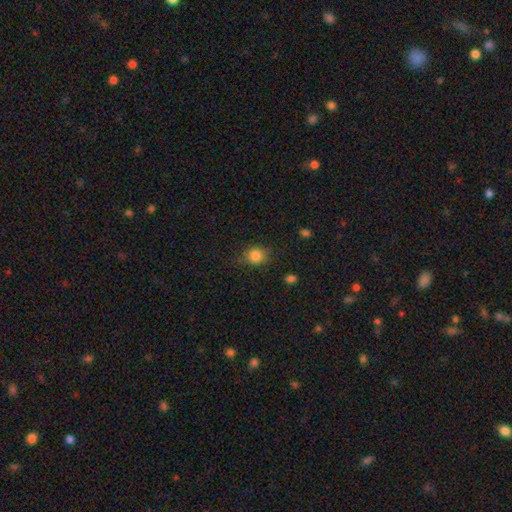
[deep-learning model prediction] Overall: smooth (83%). How rounded: round (74%). Merging: none (74%).